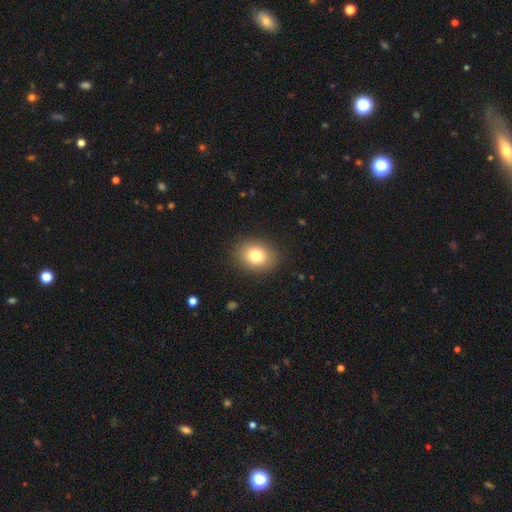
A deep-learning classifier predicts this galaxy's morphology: A smooth galaxy with no disk features (79%) that is in between round and cigar-shaped (55%).

Vote fractions:
- Smooth or featured? smooth: 79% / featured or disk: 11% / star or artifact: 10%
- How rounded? in between: 55% / round: 44% / cigar-shaped: 1%
- Merging? none: 88% / minor disturbance: 8% / major disturbance: 3% / merger: 1%